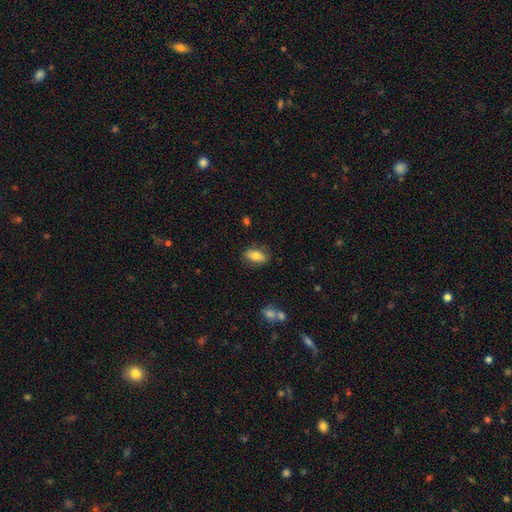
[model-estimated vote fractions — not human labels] Smooth or featured?
  - smooth: 76% *
  - featured or disk: 16%
  - star or artifact: 7%
How rounded?
  - in between: 86% *
  - round: 7%
  - cigar-shaped: 7%
Merging?
  - none: 81% *
  - minor disturbance: 13%
  - major disturbance: 3%
  - merger: 2%